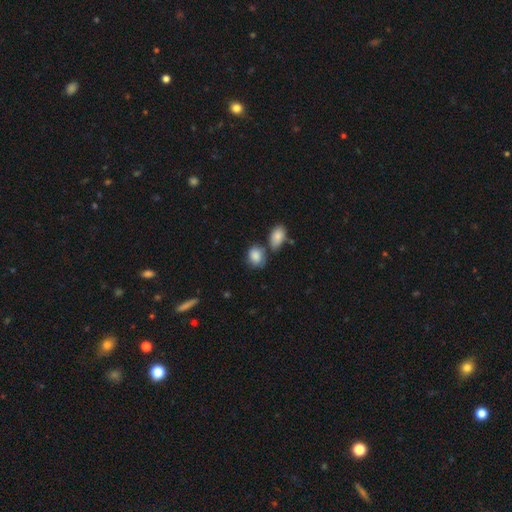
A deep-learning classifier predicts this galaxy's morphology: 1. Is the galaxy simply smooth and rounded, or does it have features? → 84% smooth, 9% featured or disk, 7% star or artifact.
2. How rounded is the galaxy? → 54% in between, 45% round, 2% cigar-shaped.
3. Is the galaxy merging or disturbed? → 49% none, 23% minor disturbance, 20% merger, 8% major disturbance.